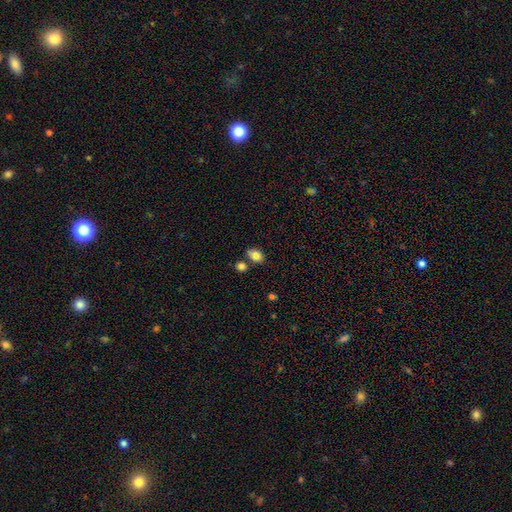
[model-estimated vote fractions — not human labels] A smooth galaxy with no disk features (80%) that is in between round and cigar-shaped (68%).

Vote fractions:
- Smooth or featured? smooth: 80% / star or artifact: 10% / featured or disk: 10%
- How rounded? in between: 68% / round: 31% / cigar-shaped: 1%
- Merging? none: 65% / merger: 17% / minor disturbance: 15% / major disturbance: 4%